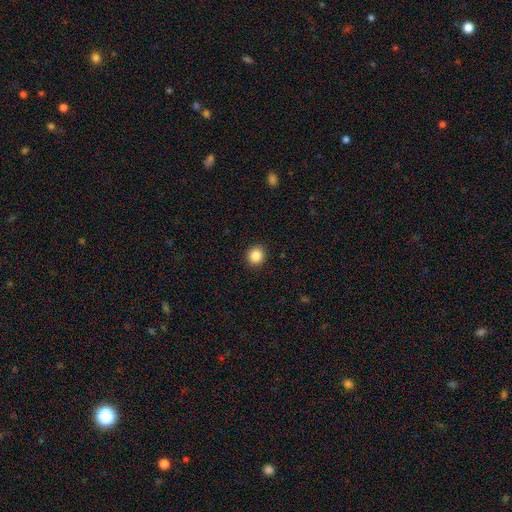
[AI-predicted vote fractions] A smooth galaxy with no disk features (87%) that is round (89%). Merging: none (91%).